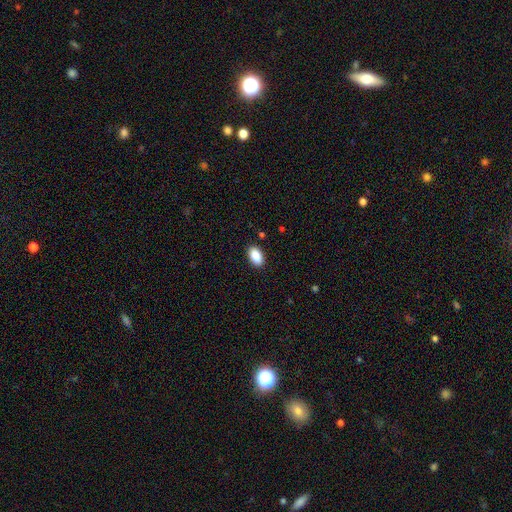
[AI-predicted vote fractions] This is clearly a smooth galaxy (89%). How rounded: clearly in between (94%). Merging: clearly none (89%).